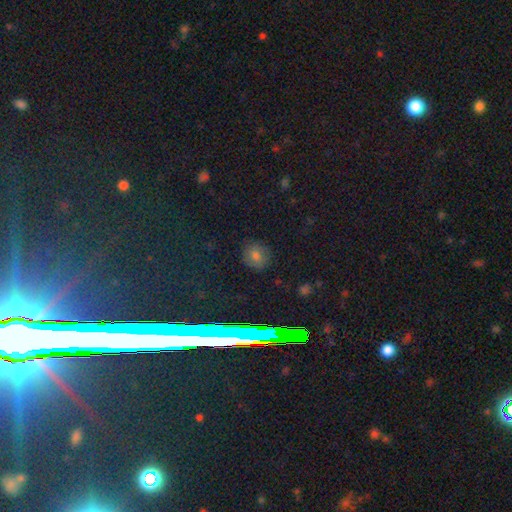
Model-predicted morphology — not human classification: smooth_or_featured: smooth (p=0.66) [alt: star or artifact p=0.24]
how_rounded: round (p=0.78) [alt: in between p=0.20]
merging: none (p=0.86) [alt: minor disturbance p=0.10]